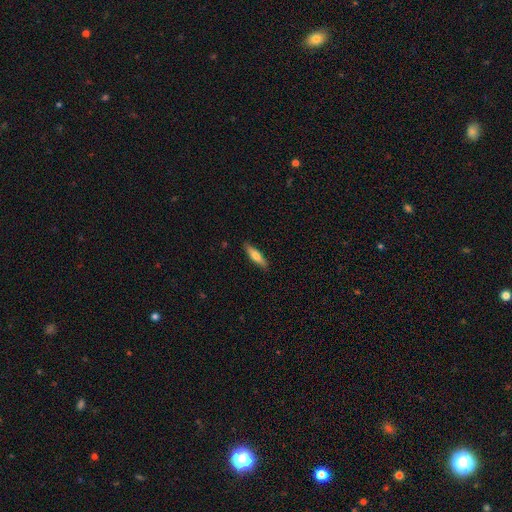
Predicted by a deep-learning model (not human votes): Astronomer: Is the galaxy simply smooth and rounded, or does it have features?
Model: smooth — 64%.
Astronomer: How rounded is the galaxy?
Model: cigar-shaped — 74%.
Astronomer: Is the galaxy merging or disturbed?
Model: none — 88%.